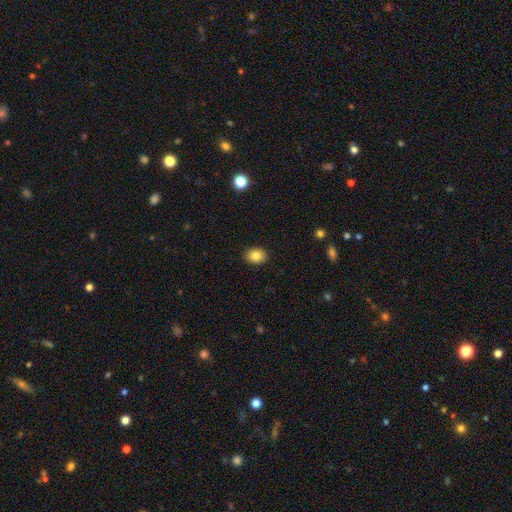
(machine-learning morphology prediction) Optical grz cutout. It shows a smooth galaxy with no disk features (85%) that is in between round and cigar-shaped (62%). Merging: none (89%).